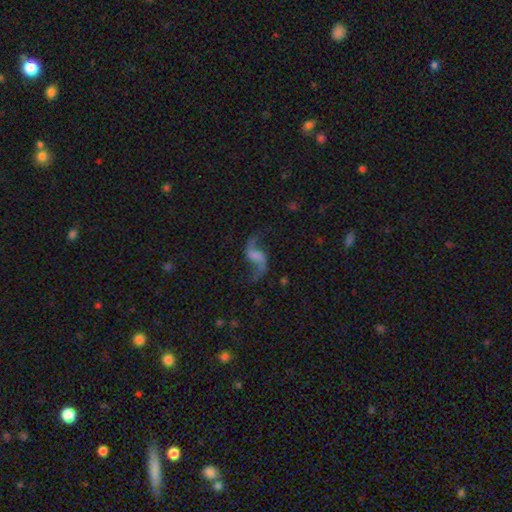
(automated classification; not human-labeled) The model was most divided on "bar": weak: 44%, no: 33%, strong: 23%. Remaining: edge-on disk — no (97%); spiral arms — yes (96%); spiral arm count — 2 (94%); spiral winding — loose (88%); smooth or featured — featured or disk (87%); merging — none (77%); bulge size — none (49%).